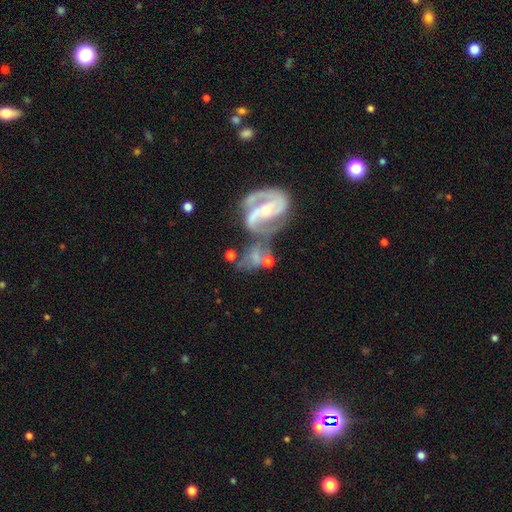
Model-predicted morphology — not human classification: This appears to be a featured or disk galaxy (77%) with a weak bar (36%), 2 (80%) medium (50%) spiral arms (88%) and a small central bulge (53%). Merging: merger (41%).